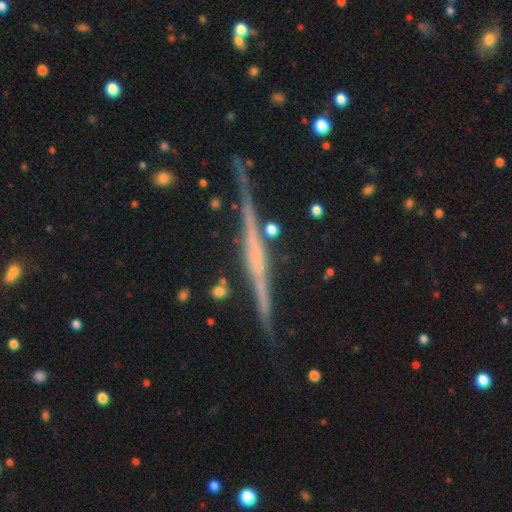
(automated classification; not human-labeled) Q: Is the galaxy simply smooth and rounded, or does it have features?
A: featured or disk — 82%.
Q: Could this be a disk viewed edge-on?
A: yes — 98%.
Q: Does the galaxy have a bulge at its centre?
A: none — 52%.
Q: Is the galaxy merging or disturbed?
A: none — 87%.